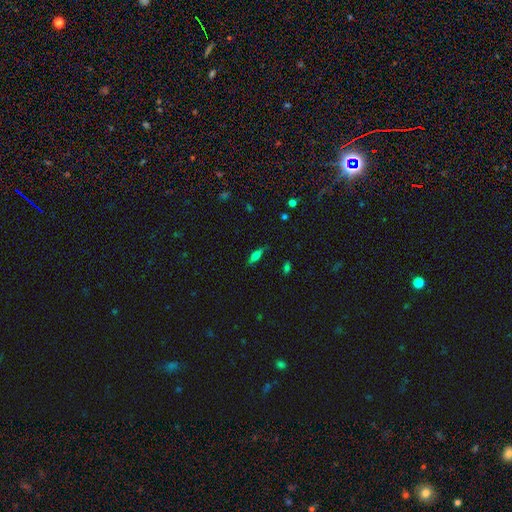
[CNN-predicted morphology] The model was most divided on "how rounded": in between: 50%, cigar-shaped: 46%, round: 4%. More confident: merging — none (79%); smooth or featured — smooth (57%).